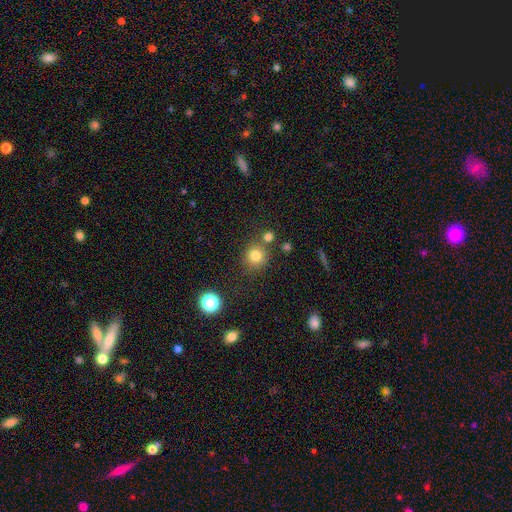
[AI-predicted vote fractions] Smooth or featured: smooth — 79% (star or artifact — 14%)
How rounded: round — 90% (in between — 9%)
Merging: none — 74% (merger — 13%)